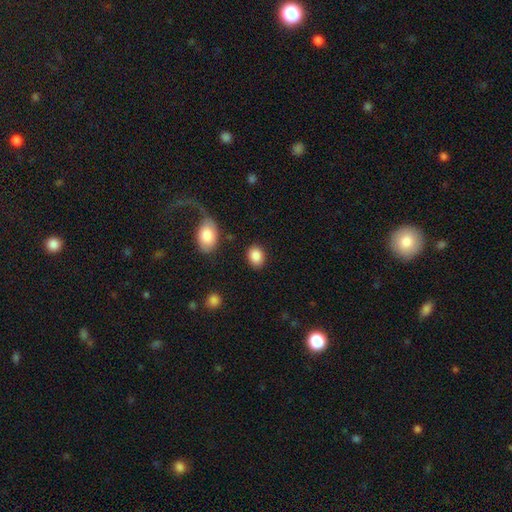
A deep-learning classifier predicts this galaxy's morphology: Smooth or featured?
  - smooth: 88% *
  - star or artifact: 8%
  - featured or disk: 5%
How rounded?
  - in between: 62% *
  - round: 37%
  - cigar-shaped: 1%
Merging?
  - none: 83% *
  - minor disturbance: 10%
  - merger: 3%
  - major disturbance: 3%